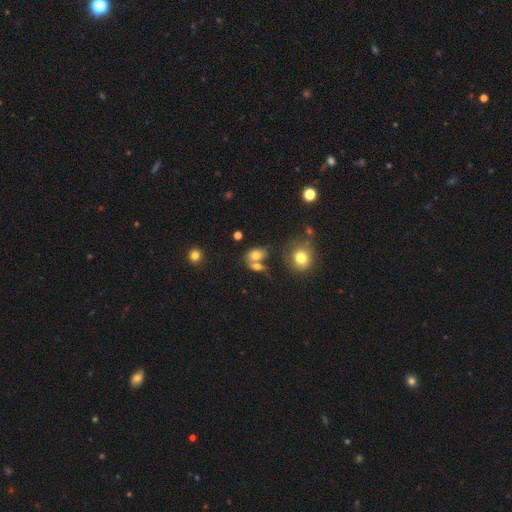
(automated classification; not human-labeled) Morphology: type=smooth (72%); roundness=in between (78%); merging=none (41%).